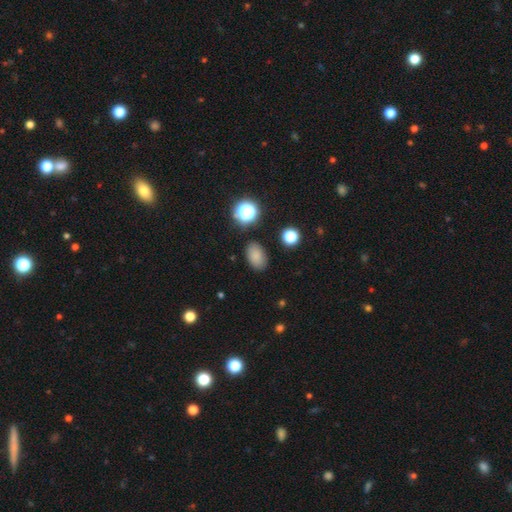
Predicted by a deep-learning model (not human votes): Q: Smooth or featured?
A: smooth (82%); runner-up: star or artifact (12%)
Q: How rounded?
A: in between (86%); runner-up: round (13%)
Q: Merging?
A: none (85%); runner-up: minor disturbance (10%)